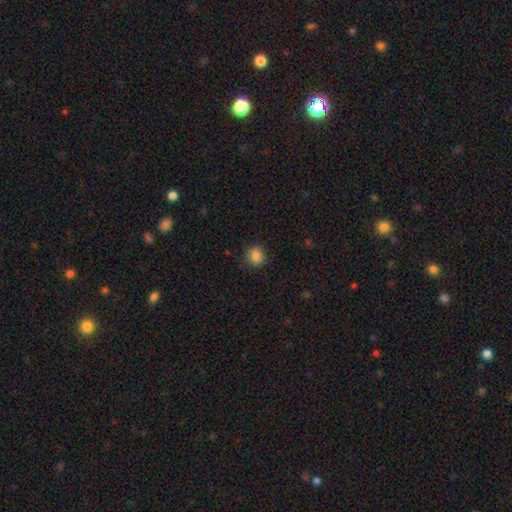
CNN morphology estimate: Smooth or featured: smooth — 84% (star or artifact — 10%)
How rounded: round — 80% (in between — 19%)
Merging: none — 86% (minor disturbance — 11%)